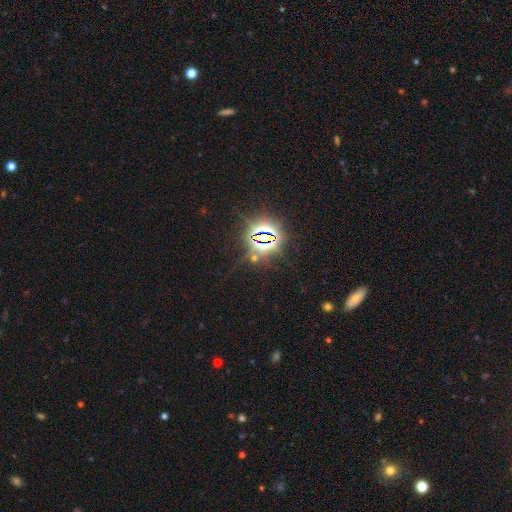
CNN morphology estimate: Q: Smooth or featured?
A: star or artifact (81%); runner-up: smooth (11%)